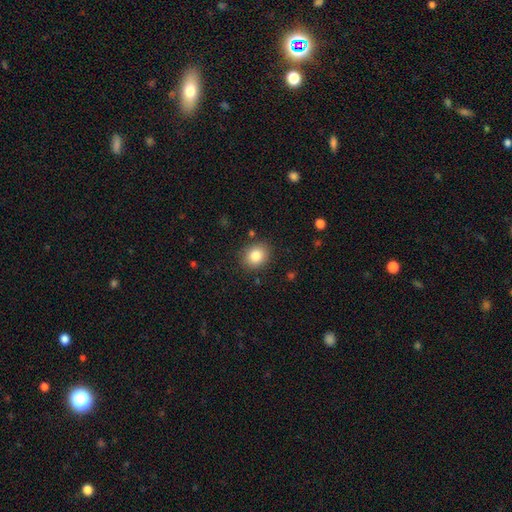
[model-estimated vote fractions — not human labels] Smooth or featured?
  - smooth: 83% *
  - star or artifact: 10%
  - featured or disk: 7%
How rounded?
  - round: 68% *
  - in between: 31%
  - cigar-shaped: 1%
Merging?
  - none: 87% *
  - minor disturbance: 9%
  - major disturbance: 3%
  - merger: 2%